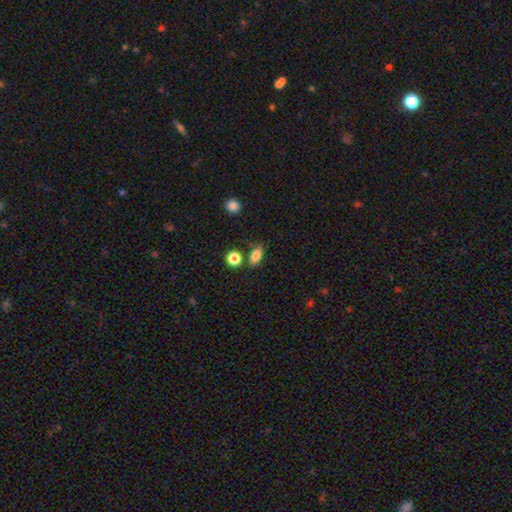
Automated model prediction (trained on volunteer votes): This is clearly a smooth galaxy (82%). How rounded: likely in between (80%). Merging: likely none (78%).